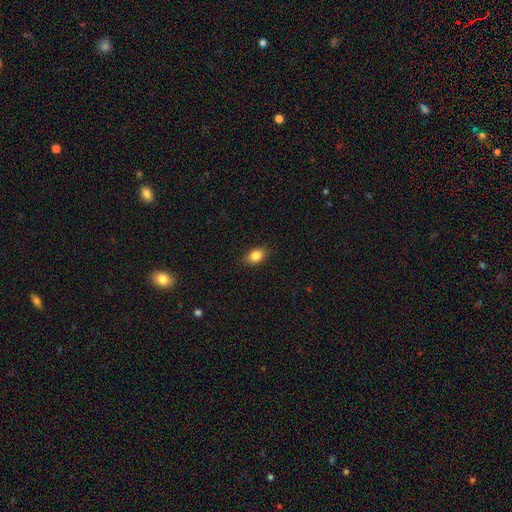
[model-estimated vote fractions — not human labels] Q: Smooth or featured?
A: smooth (84%); runner-up: star or artifact (9%)
Q: How rounded?
A: in between (79%); runner-up: round (19%)
Q: Merging?
A: none (86%); runner-up: minor disturbance (10%)